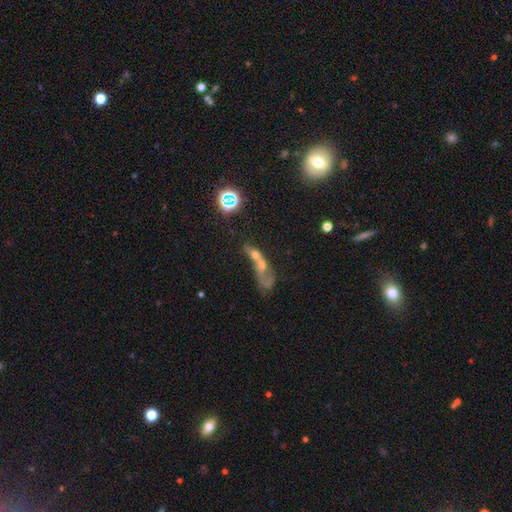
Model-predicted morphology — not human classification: A smooth galaxy with no disk features (40%).

Vote fractions:
- Smooth or featured? smooth: 40% / featured or disk: 37% / star or artifact: 23%
- Merging? merger: 60% / major disturbance: 17% / none: 16% / minor disturbance: 7%